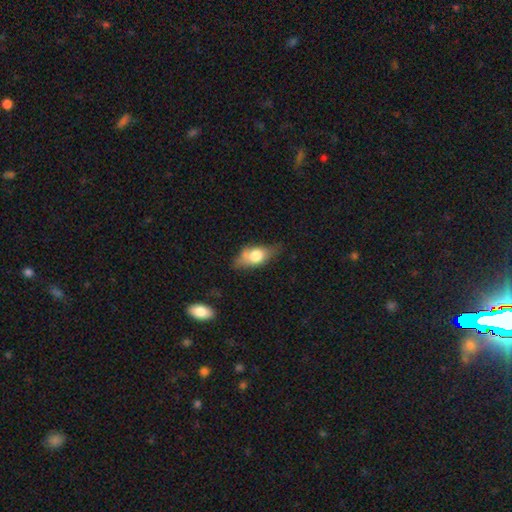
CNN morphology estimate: A smooth galaxy with no disk features (65%) that is in between round and cigar-shaped (79%). Merging: none (50%).